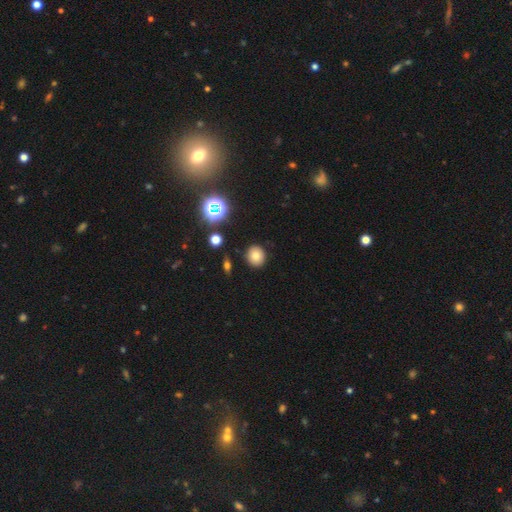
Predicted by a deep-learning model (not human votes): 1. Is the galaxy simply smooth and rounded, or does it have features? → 78% smooth, 15% star or artifact, 8% featured or disk.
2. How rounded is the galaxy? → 81% round, 18% in between, 1% cigar-shaped.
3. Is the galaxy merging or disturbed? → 88% none, 7% minor disturbance, 2% major disturbance, 2% merger.